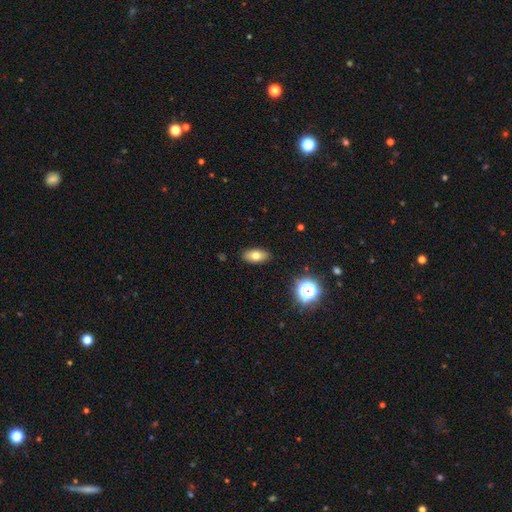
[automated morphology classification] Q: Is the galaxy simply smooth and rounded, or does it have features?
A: smooth — 73%.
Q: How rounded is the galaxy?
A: in between — 87%.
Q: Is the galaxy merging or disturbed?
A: none — 88%.